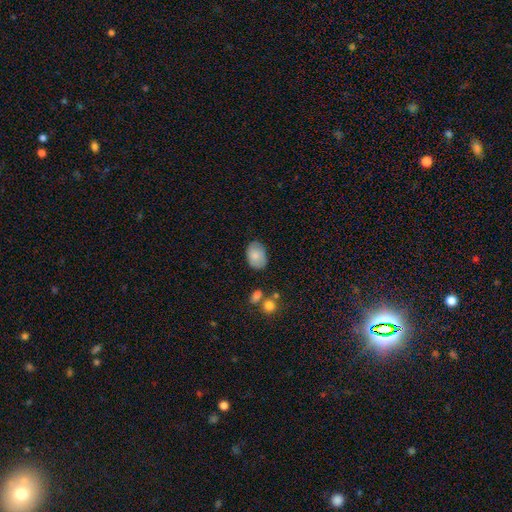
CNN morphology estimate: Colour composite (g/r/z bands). It shows a smooth galaxy with no disk features (81%) that is in between round and cigar-shaped (85%). Merging: none (74%).